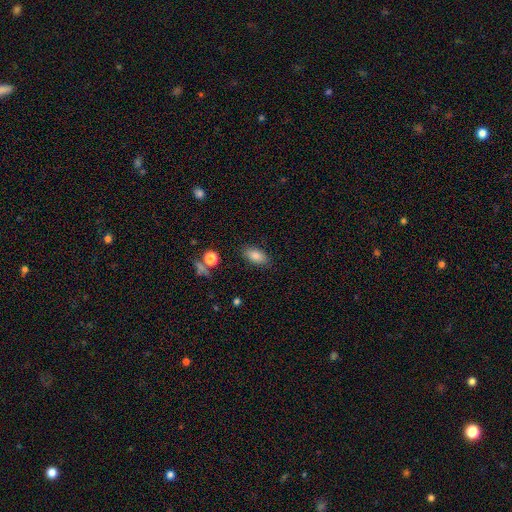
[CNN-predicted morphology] A smooth galaxy with no disk features (84%) that is in between round and cigar-shaped (88%). Merging: none (84%).